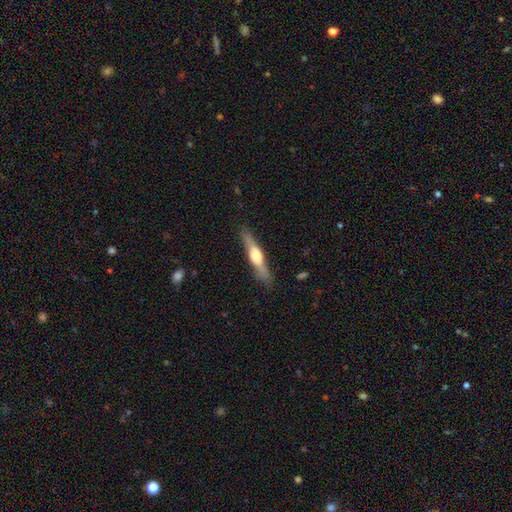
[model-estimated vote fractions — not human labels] Smooth or featured? featured or disk (62%)
Edge-on disk? yes (95%)
Edge-on bulge? rounded (86%)
Merging? none (85%)